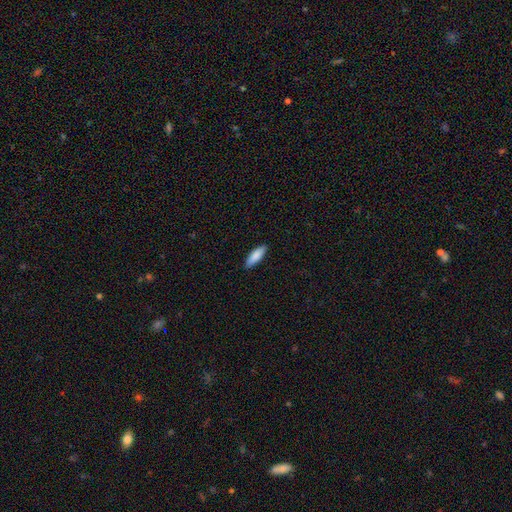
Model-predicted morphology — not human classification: This appears to be a smooth galaxy with no disk features (85%) that is cigar-shaped (50%). Merging: none (89%).